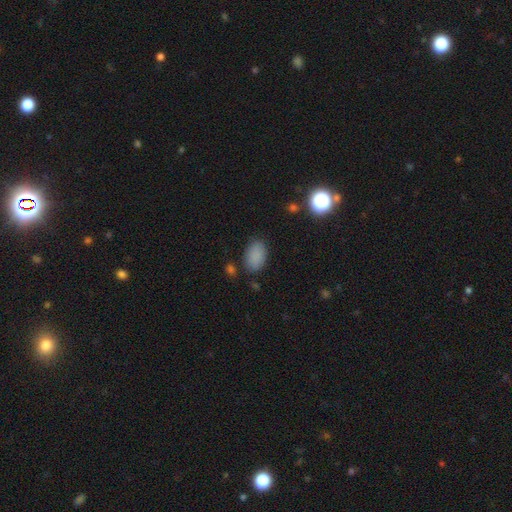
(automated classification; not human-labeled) Morphology: type=smooth (86%); roundness=in between (88%); merging=none (79%).